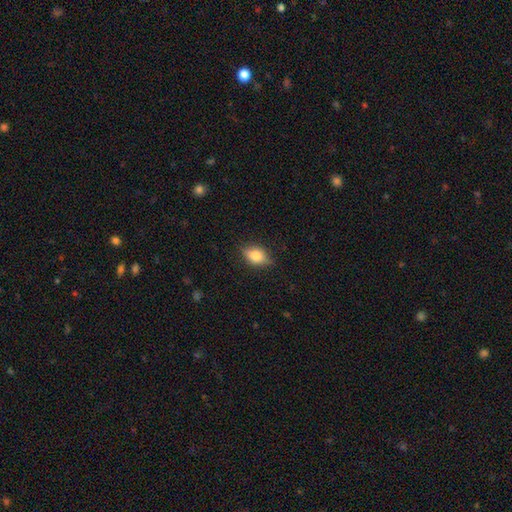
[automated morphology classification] smooth-or-featured: smooth: 66% | featured or disk: 25% | star or artifact: 9%
  how-rounded: in between: 74% | round: 20% | cigar-shaped: 6%
  merging: none: 80% | minor disturbance: 16% | major disturbance: 3% | merger: 1%